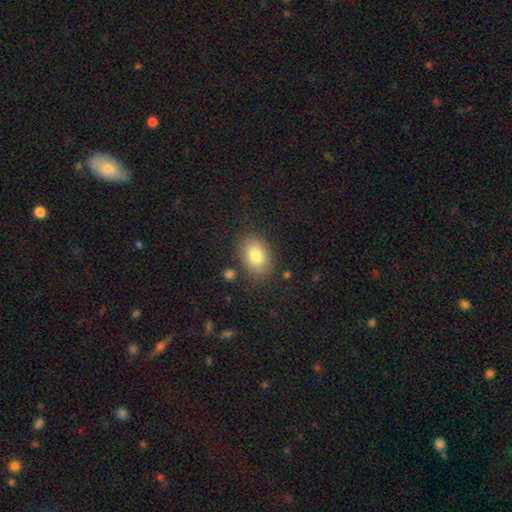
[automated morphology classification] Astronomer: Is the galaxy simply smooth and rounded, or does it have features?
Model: smooth — 81%.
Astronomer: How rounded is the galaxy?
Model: in between — 78%.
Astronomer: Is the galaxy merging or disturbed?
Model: none — 82%.